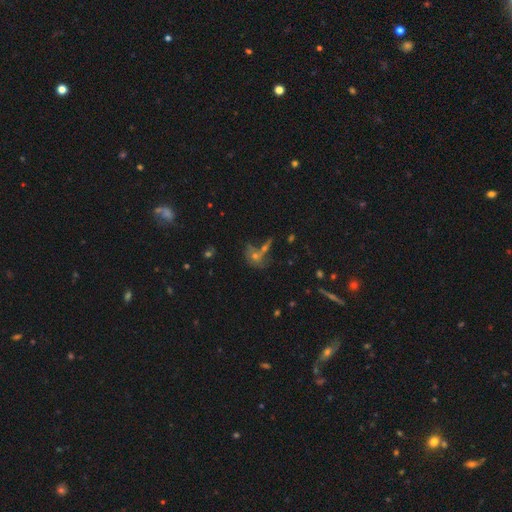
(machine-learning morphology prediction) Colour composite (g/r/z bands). It shows a smooth galaxy with no disk features (38%). Merging: none (47%).